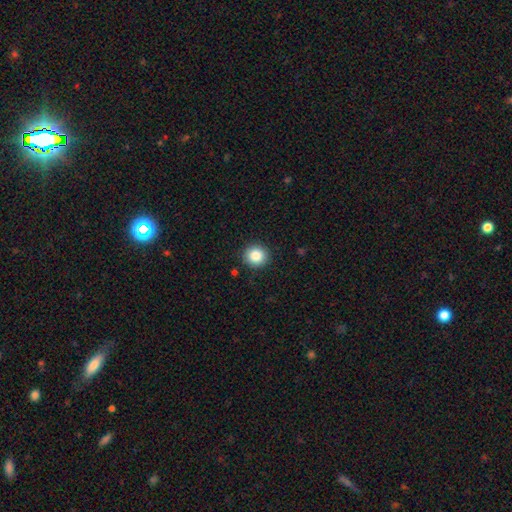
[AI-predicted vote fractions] This appears to be a smooth galaxy with no disk features (86%) that is round (91%). Merging: none (90%).